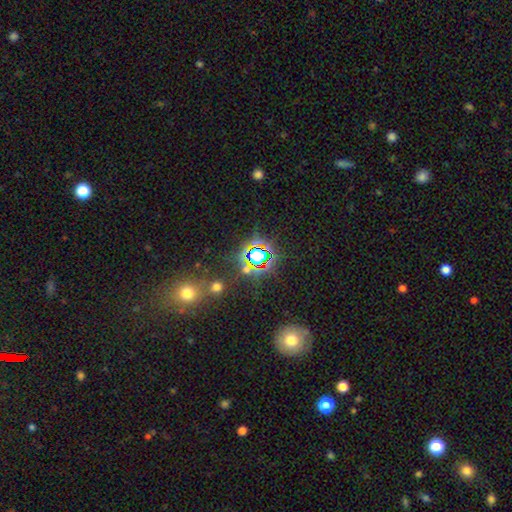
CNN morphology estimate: smooth_or_featured: star or artifact (p=0.73) [alt: smooth p=0.17]